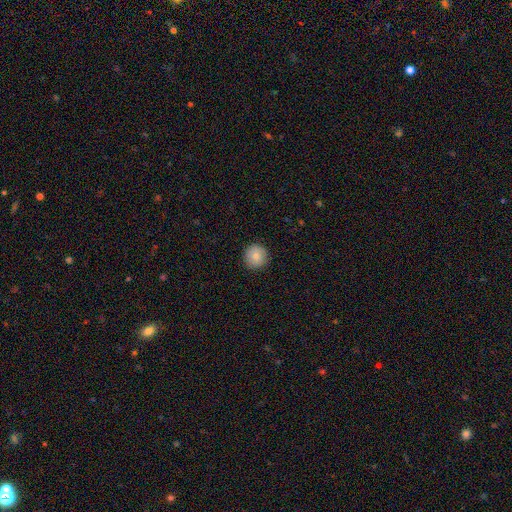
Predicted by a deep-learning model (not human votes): Overall: smooth (81%). How rounded: round (95%). Merging: none (90%).